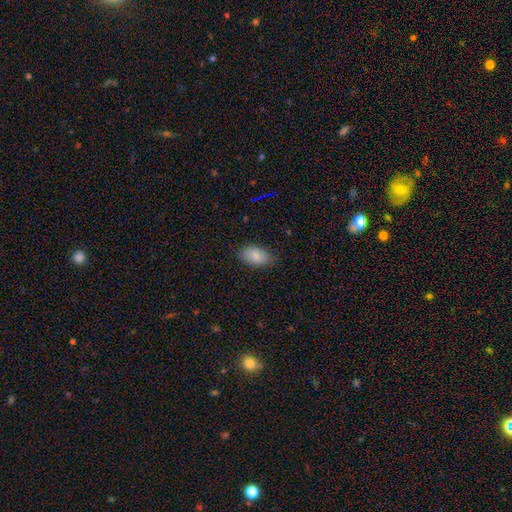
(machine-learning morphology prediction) This appears to be a smooth galaxy with no disk features (84%) that is in between round and cigar-shaped (93%). Merging: none (80%).